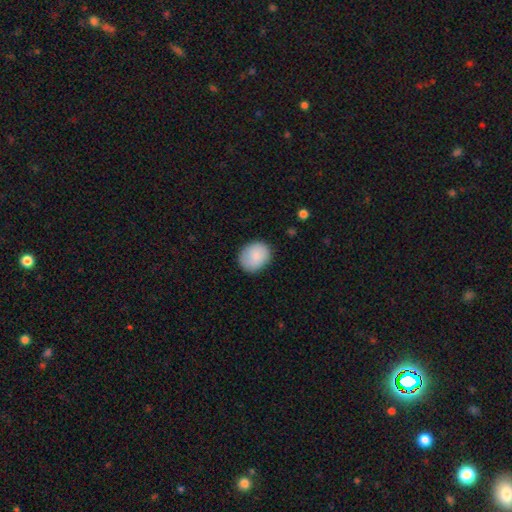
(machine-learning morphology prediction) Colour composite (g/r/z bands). It shows a smooth galaxy with no disk features (87%) that is round (55%). Merging: none (83%).